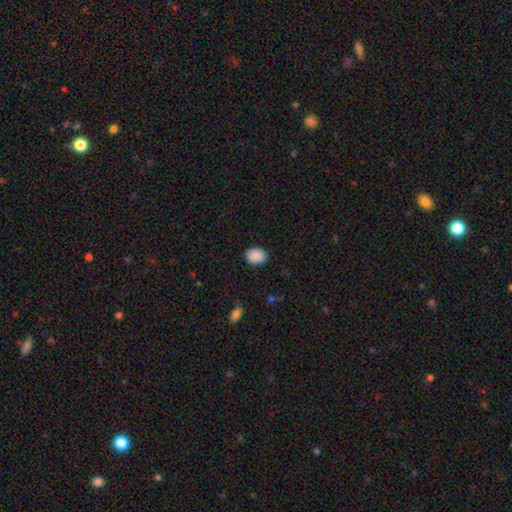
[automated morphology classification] smooth_or_featured: smooth (p=0.90) [alt: star or artifact p=0.08]
how_rounded: in between (p=0.68) [alt: round p=0.31]
merging: none (p=0.87) [alt: minor disturbance p=0.09]